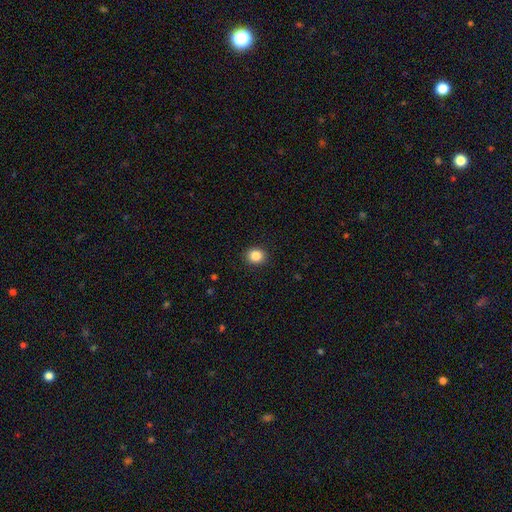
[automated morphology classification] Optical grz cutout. It shows a smooth galaxy with no disk features (85%) that is round (75%). Merging: none (91%).